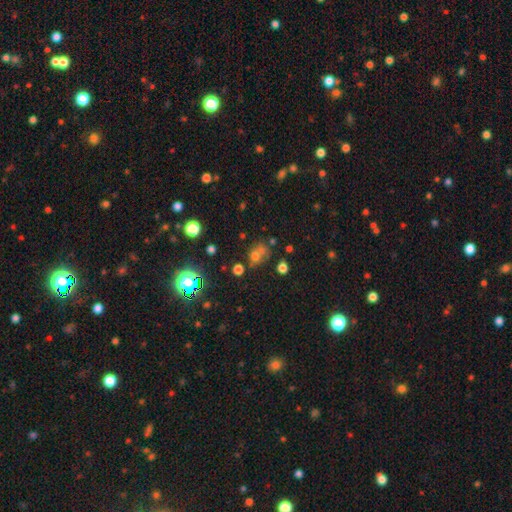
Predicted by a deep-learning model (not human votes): smooth-or-featured: smooth: 52% | star or artifact: 32% | featured or disk: 15%
  how-rounded: round: 60% | in between: 39% | cigar-shaped: 2%
  merging: none: 46% | merger: 26% | minor disturbance: 17% | major disturbance: 12%